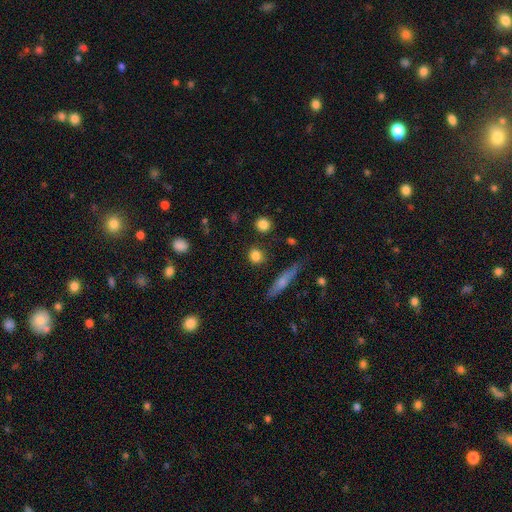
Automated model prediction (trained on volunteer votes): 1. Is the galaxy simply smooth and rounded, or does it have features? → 82% smooth, 10% star or artifact, 7% featured or disk.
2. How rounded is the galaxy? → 79% round, 16% in between, 5% cigar-shaped.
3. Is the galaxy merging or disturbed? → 85% none, 8% minor disturbance, 4% merger, 3% major disturbance.